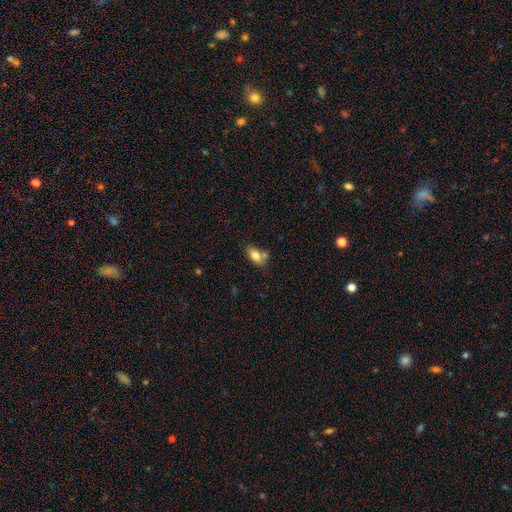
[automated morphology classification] This is likely a smooth galaxy (80%). How rounded: clearly in between (89%). Merging: possibly none (58%).